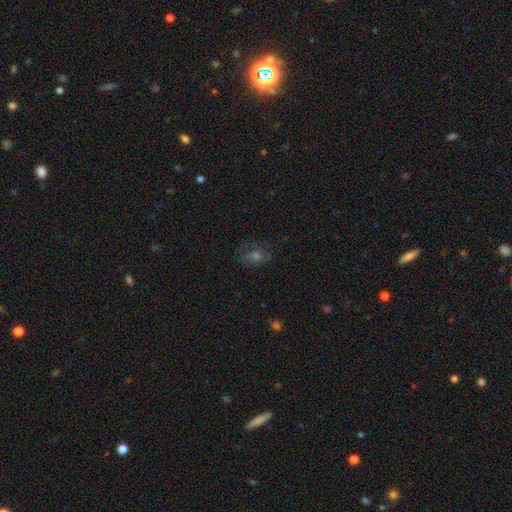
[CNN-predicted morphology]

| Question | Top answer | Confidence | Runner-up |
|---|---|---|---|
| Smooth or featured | featured or disk | 38% | smooth (36%) |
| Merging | none | 69% | minor disturbance (18%) |